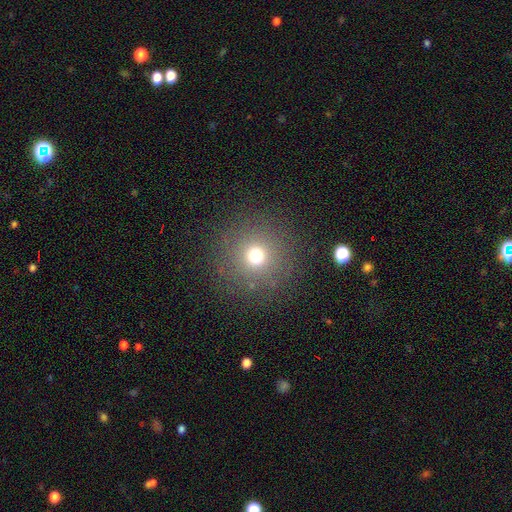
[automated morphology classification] Q: Smooth or featured?
A: smooth (70%); runner-up: star or artifact (20%)
Q: How rounded?
A: round (94%); runner-up: in between (5%)
Q: Merging?
A: none (87%); runner-up: minor disturbance (7%)